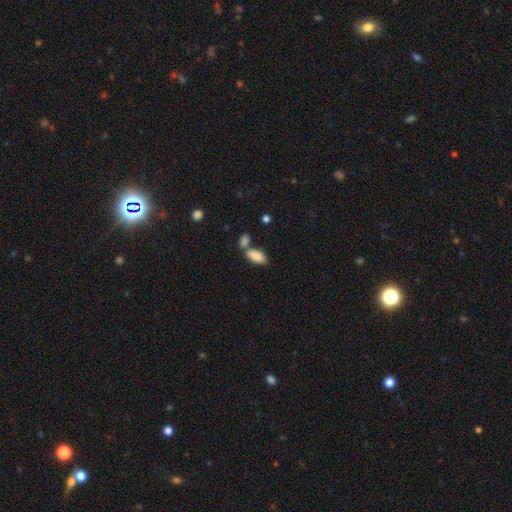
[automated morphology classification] A smooth galaxy with no disk features (88%) that is in between round and cigar-shaped (91%). Merging: none (48%).